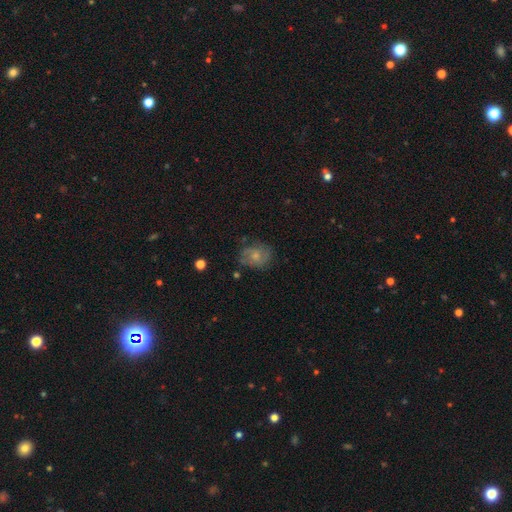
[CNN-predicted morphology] type=smooth (51%); roundness=round (52%); merging=none (62%).